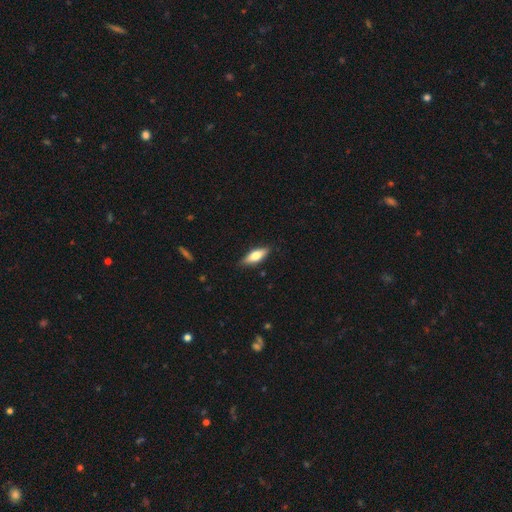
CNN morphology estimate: smooth 65%, featured or disk 29%, star or artifact 6%. Down the decision tree: how rounded — in between (61%); merging — none (86%).